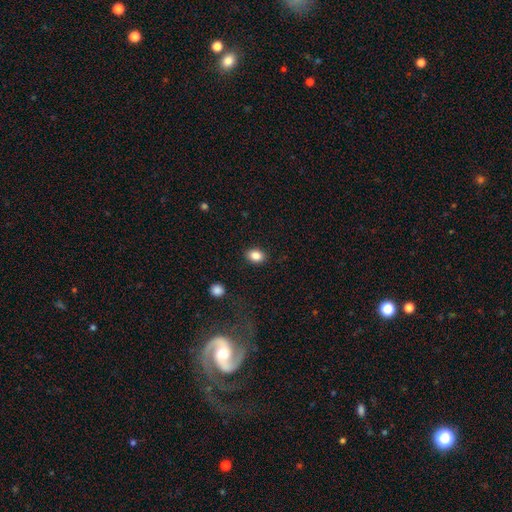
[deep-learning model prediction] The model was most divided on "how rounded": in between: 66%, round: 33%, cigar-shaped: 1%. More confident: merging — none (88%); smooth or featured — smooth (85%).